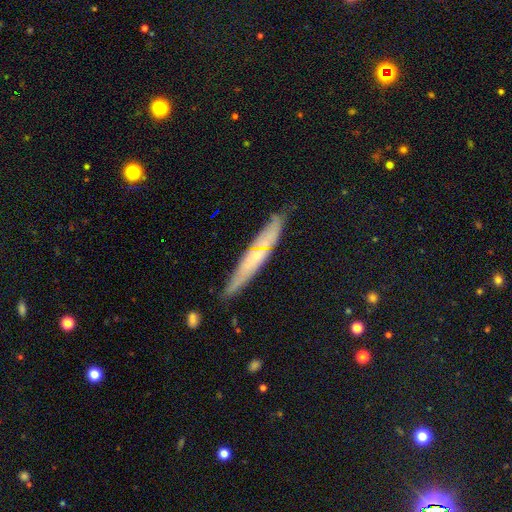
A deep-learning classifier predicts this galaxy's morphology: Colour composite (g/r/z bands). It shows a featured or disk galaxy (49%). Merging: none (75%).